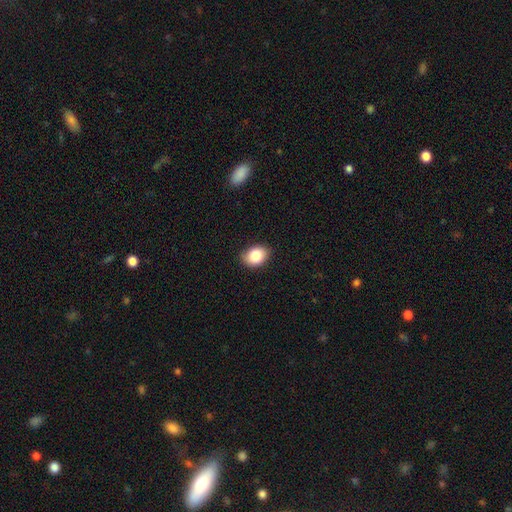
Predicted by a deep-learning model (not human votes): Q: Smooth or featured?
A: smooth (84%); runner-up: star or artifact (9%)
Q: How rounded?
A: in between (68%); runner-up: round (31%)
Q: Merging?
A: none (84%); runner-up: minor disturbance (13%)